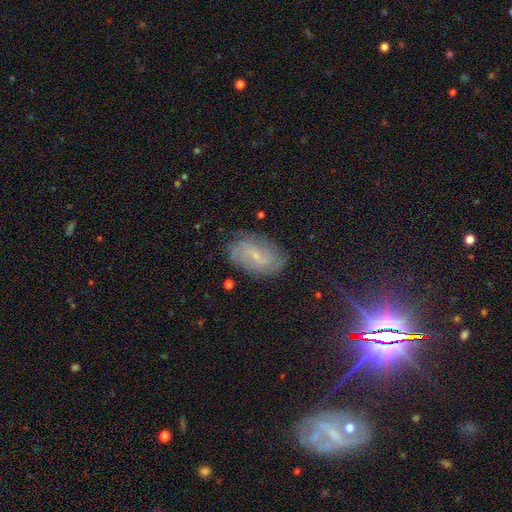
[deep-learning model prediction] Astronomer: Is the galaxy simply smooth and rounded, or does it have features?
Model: featured or disk — 64%.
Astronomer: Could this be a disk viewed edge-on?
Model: no — 94%.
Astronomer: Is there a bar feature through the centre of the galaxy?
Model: no — 47% (runner-up: weak, 43%).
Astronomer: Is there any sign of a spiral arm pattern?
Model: yes — 85%.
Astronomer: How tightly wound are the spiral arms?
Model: tight — 48% (runner-up: medium, 35%).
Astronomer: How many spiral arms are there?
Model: can't tell — 47% (runner-up: 2, 29%).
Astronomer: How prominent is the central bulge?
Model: small — 80%.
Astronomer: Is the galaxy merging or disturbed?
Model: none — 78%.